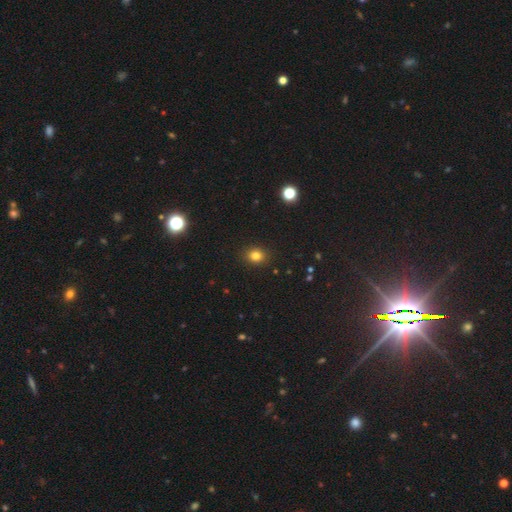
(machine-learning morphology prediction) Smooth or featured: smooth — 81% (star or artifact — 13%)
How rounded: round — 66% (in between — 33%)
Merging: none — 90% (minor disturbance — 7%)